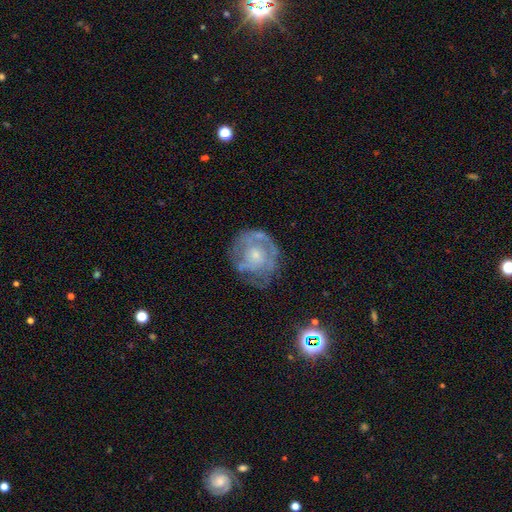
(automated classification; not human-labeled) This is likely a featured or disk galaxy (67%). It is clearly not viewed edge-on (98%). Bar: clearly no (83%). Spiral arm pattern: possibly yes (57%). Central bulge: possibly small (60%). Merging: possibly none (59%).